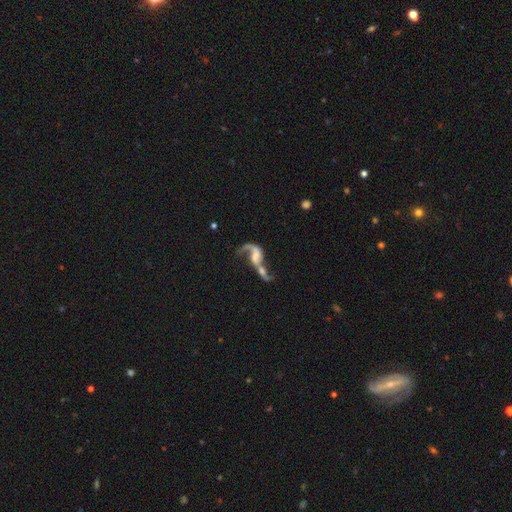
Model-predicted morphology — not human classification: smooth-or-featured: featured or disk: 73% | smooth: 18% | star or artifact: 9%
  disk-edge-on: no: 95% | yes: 5%
    bar: no: 51% | weak: 34% | strong: 16%
    has-spiral-arms: yes: 82% | no: 18%
      spiral-winding: loose: 84% | medium: 13% | tight: 3%
      spiral-arm-count: 2: 55% | 1: 38% | can't tell: 4% | 3: 1% | 4: 1% | more than 4: 1%
    bulge-size: none: 39% | moderate: 23% | small: 22% | large: 12% | dominant: 3%
  merging: merger: 59% | major disturbance: 18% | none: 16% | minor disturbance: 7%